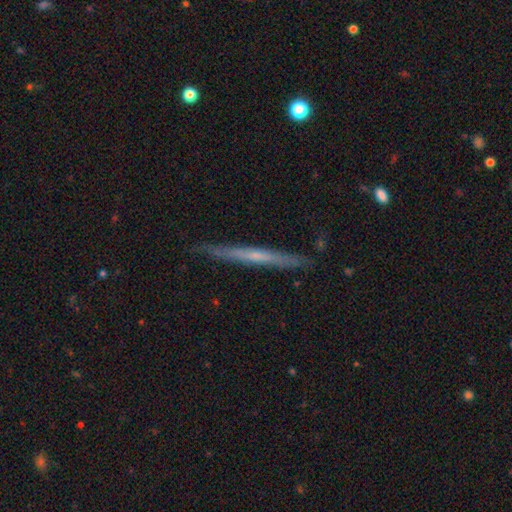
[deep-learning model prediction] Morphology: type=featured or disk (59%); edge-on=yes (96%); edge-on bulge=none (71%); merging=none (87%).